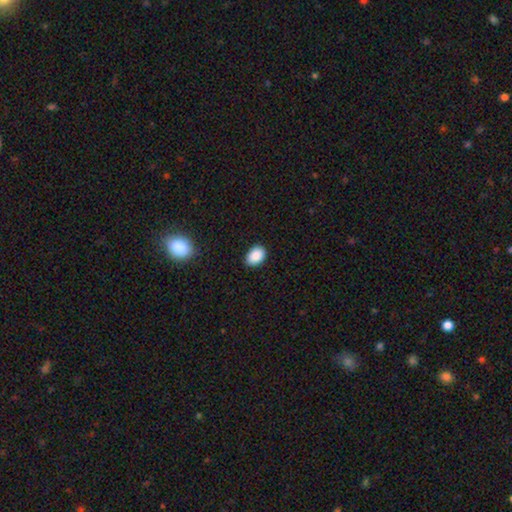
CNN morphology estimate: type=smooth (89%); roundness=in between (80%); merging=none (87%).